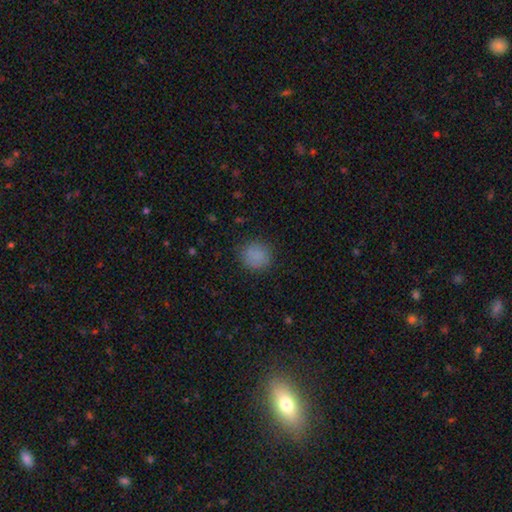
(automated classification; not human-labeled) This is clearly a smooth galaxy (85%). How rounded: clearly round (88%). Merging: clearly none (85%).